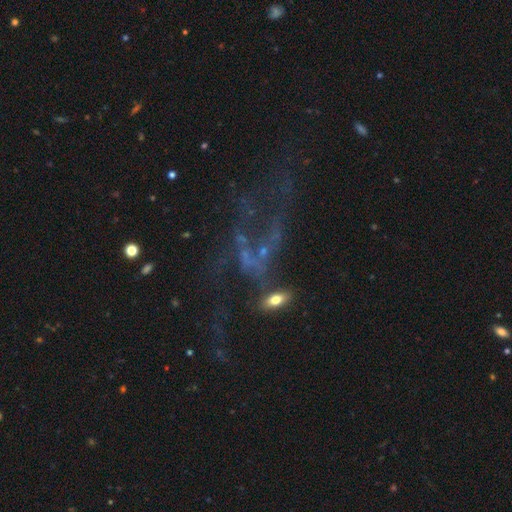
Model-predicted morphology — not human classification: Smooth or featured? Predicted: featured or disk (p=0.54). Edge-on disk? Predicted: no (p=0.92). Merging? Predicted: major disturbance (p=0.43).